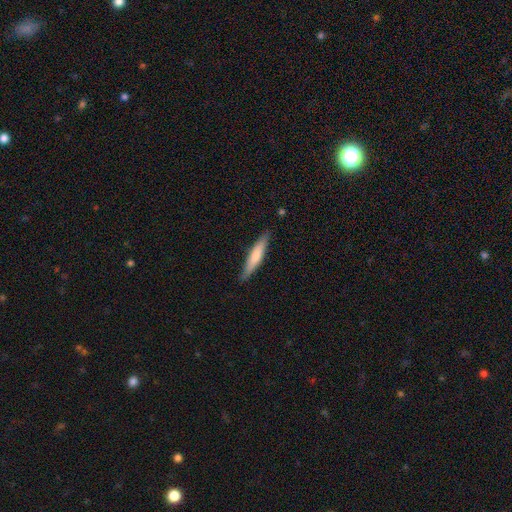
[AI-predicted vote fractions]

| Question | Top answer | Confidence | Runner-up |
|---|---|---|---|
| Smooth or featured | smooth | 67% | featured or disk (28%) |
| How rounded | cigar-shaped | 88% | in between (11%) |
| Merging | none | 87% | minor disturbance (10%) |